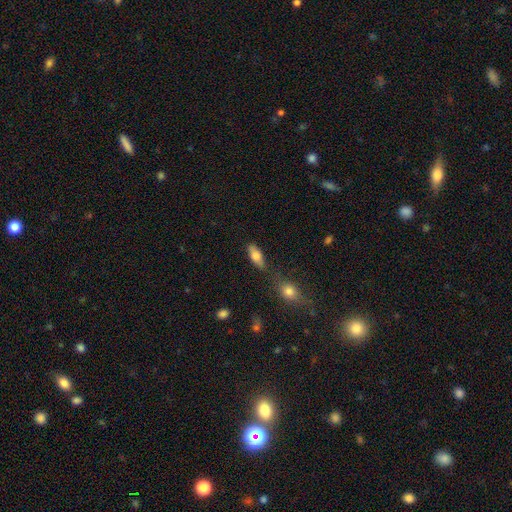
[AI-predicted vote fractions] Smooth or featured: smooth — 76% (featured or disk — 17%)
How rounded: in between — 80% (cigar-shaped — 17%)
Merging: none — 66% (minor disturbance — 18%)